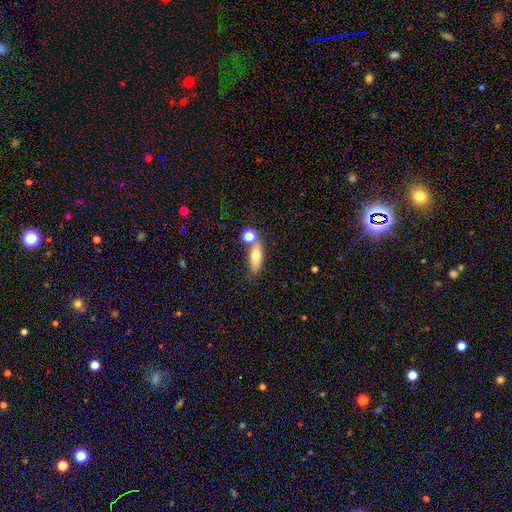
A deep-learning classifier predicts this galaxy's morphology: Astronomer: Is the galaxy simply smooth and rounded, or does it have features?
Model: smooth — 71%.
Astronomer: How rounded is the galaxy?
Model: in between — 67%.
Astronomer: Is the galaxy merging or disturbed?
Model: none — 61%.